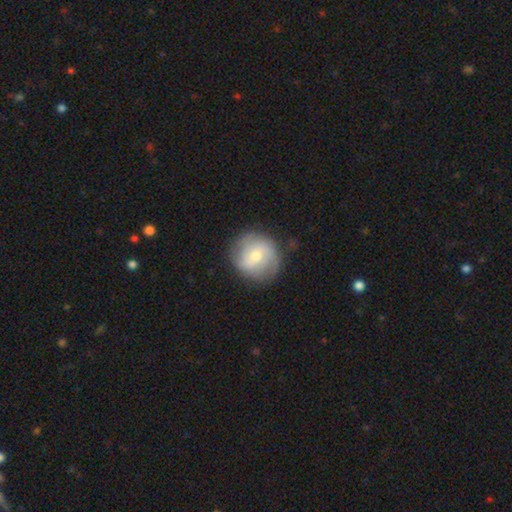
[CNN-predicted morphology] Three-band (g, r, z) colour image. It shows a featured or disk galaxy (56%) with no bar (59%), spiral arms (84%) and a moderate central bulge (58%). Merging: none (77%).